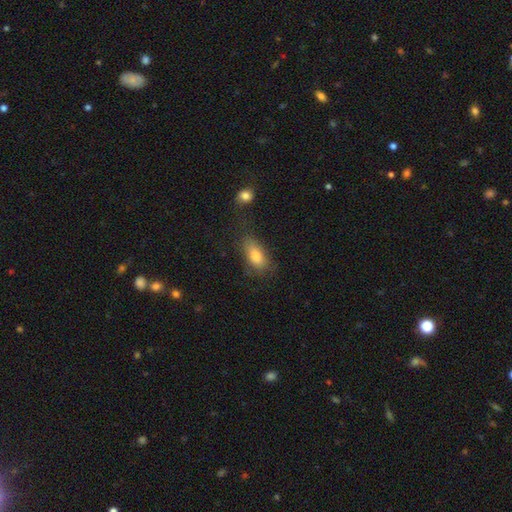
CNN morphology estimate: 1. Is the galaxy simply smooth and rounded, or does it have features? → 78% smooth, 14% featured or disk, 8% star or artifact.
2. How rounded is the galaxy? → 87% in between, 8% cigar-shaped, 5% round.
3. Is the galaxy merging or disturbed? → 61% none, 23% minor disturbance, 11% major disturbance, 5% merger.